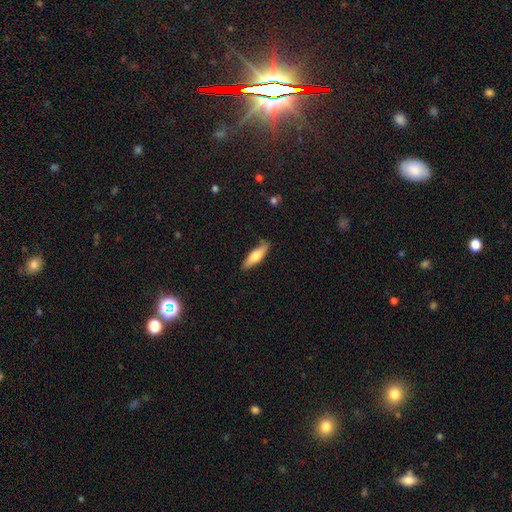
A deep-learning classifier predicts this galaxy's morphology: type=smooth (65%); roundness=cigar-shaped (61%); merging=none (82%).